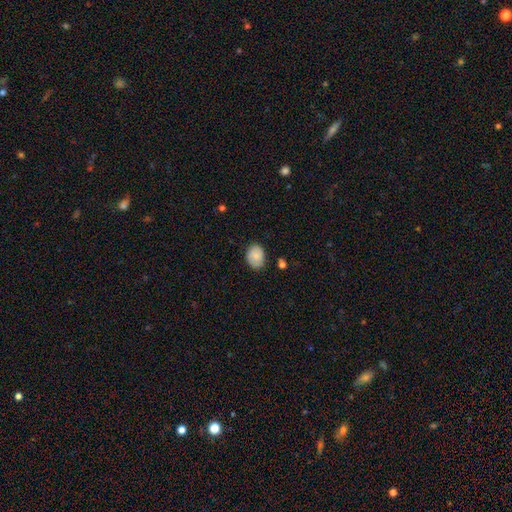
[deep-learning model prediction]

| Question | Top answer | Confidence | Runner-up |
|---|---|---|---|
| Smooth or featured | smooth | 82% | featured or disk (10%) |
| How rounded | in between | 57% | round (42%) |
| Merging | none | 76% | minor disturbance (19%) |